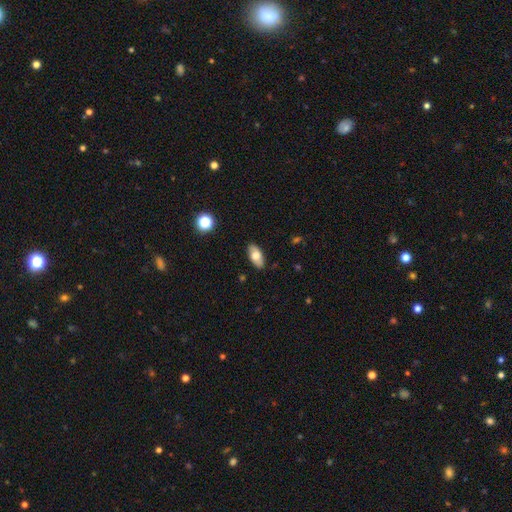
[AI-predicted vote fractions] Smooth or featured: smooth — 69% (featured or disk — 24%)
How rounded: in between — 90% (cigar-shaped — 7%)
Merging: none — 86% (minor disturbance — 11%)